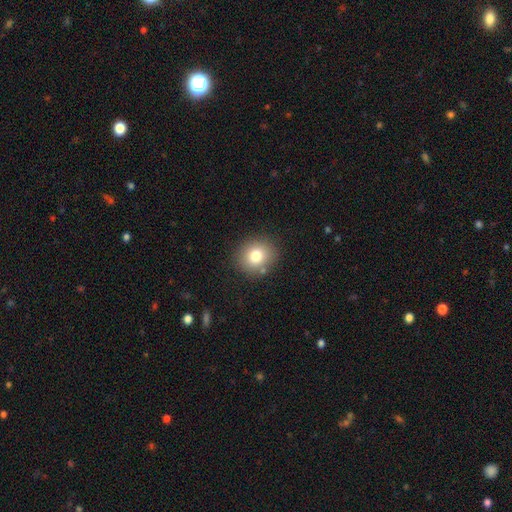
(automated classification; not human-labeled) A smooth galaxy with no disk features (78%) that is round (75%). Merging: none (84%).